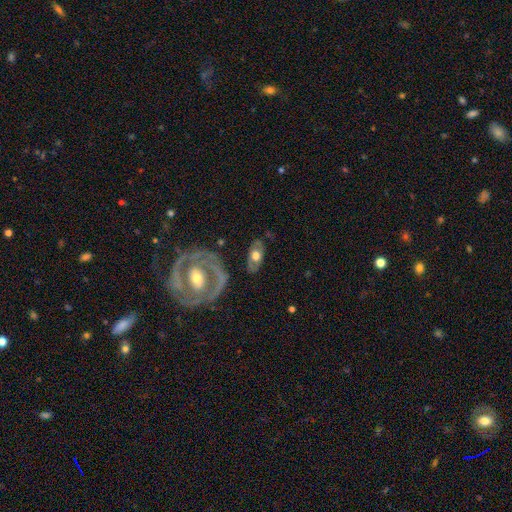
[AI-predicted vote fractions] A featured or disk galaxy (54%).

Vote fractions:
- Smooth or featured? featured or disk: 54% / smooth: 40% / star or artifact: 6%
- Edge-on disk? no: 83% / yes: 17%
- Merging? none: 77% / minor disturbance: 13% / major disturbance: 6% / merger: 4%